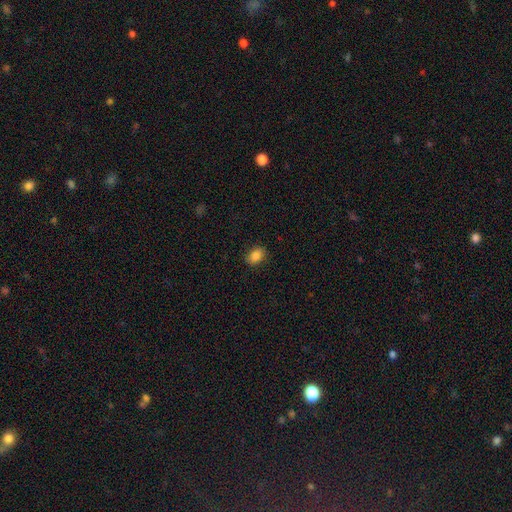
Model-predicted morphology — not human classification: Smooth or featured?
  - smooth: 85% *
  - star or artifact: 9%
  - featured or disk: 6%
How rounded?
  - in between: 71% *
  - round: 28%
  - cigar-shaped: 1%
Merging?
  - none: 87% *
  - minor disturbance: 10%
  - major disturbance: 2%
  - merger: 1%